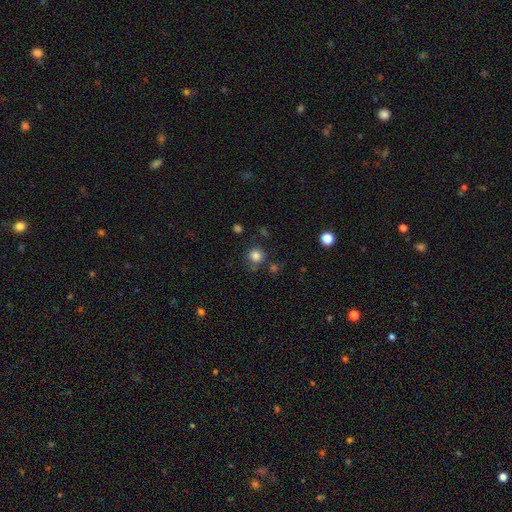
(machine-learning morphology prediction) Overall: smooth (82%). How rounded: round (93%). Merging: none (78%).